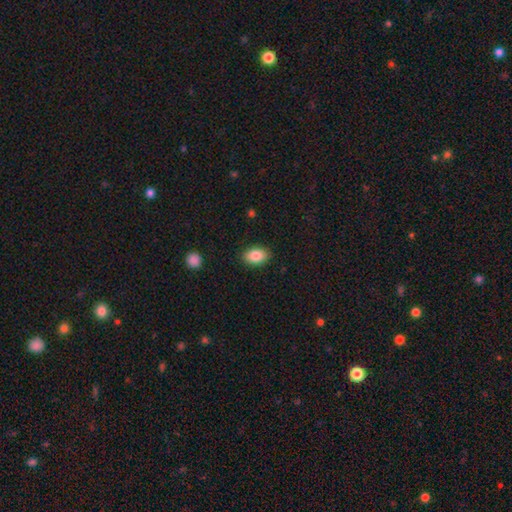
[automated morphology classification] Overall: smooth (86%). How rounded: in between (88%). Merging: none (87%).